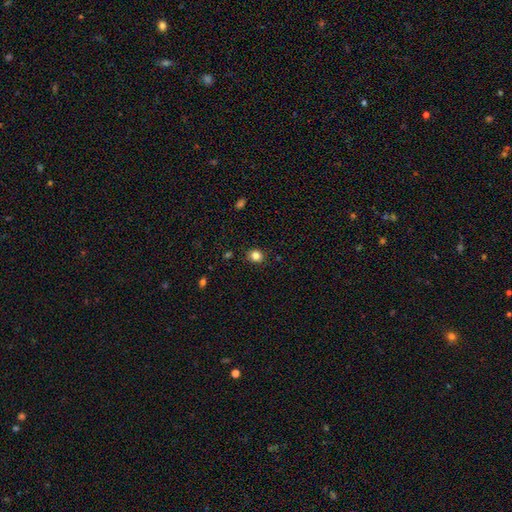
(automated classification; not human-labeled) This appears to be a smooth galaxy with no disk features (83%) that is round (78%). Merging: none (88%).